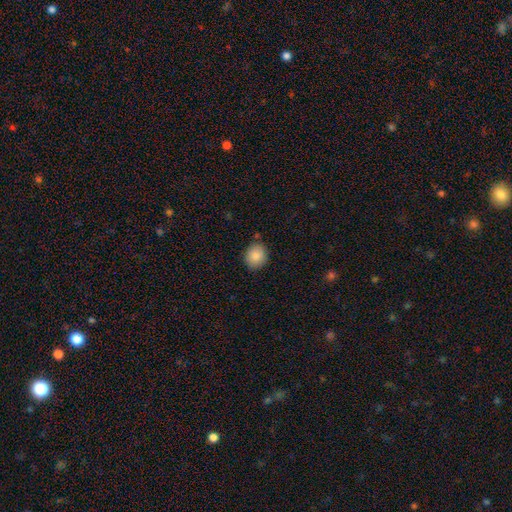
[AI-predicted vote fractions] A smooth galaxy with no disk features (87%) that is round (74%). Merging: none (83%).